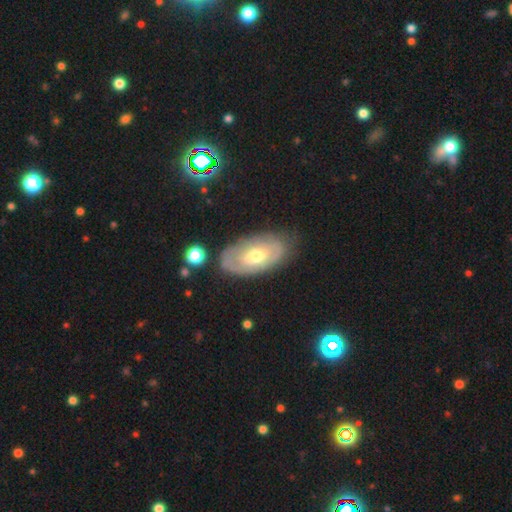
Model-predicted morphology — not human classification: smooth_or_featured: featured or disk (p=0.53) [alt: smooth p=0.41]
disk_edge_on: no (p=0.90) [alt: yes p=0.10]
merging: none (p=0.71) [alt: minor disturbance p=0.20]